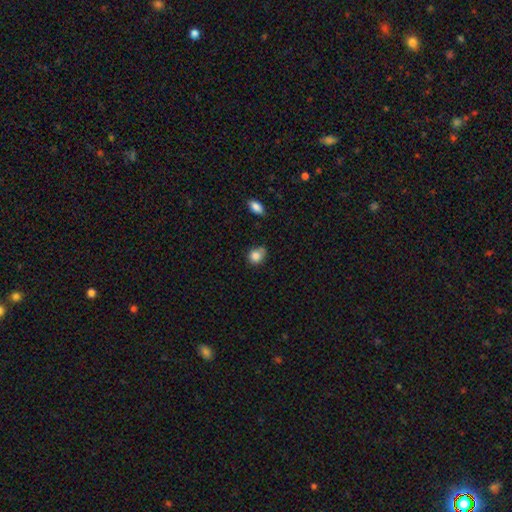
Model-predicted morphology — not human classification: Q: Smooth or featured?
A: smooth (84%); runner-up: star or artifact (10%)
Q: How rounded?
A: round (69%); runner-up: in between (30%)
Q: Merging?
A: none (55%); runner-up: minor disturbance (32%)